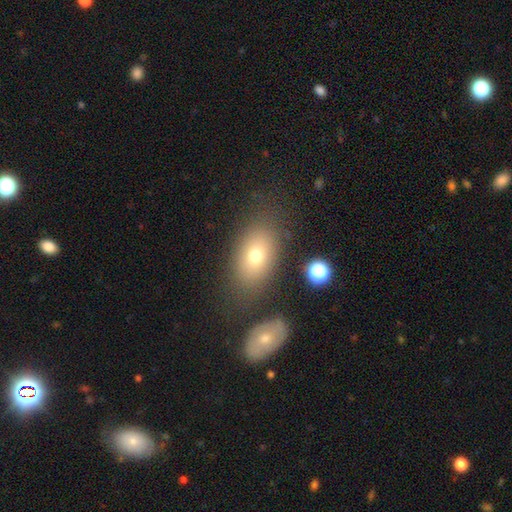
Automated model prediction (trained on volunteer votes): A smooth galaxy with no disk features (71%) that is in between round and cigar-shaped (84%).

Vote fractions:
- Smooth or featured? smooth: 71% / featured or disk: 18% / star or artifact: 11%
- How rounded? in between: 84% / round: 14% / cigar-shaped: 2%
- Merging? none: 74% / minor disturbance: 13% / merger: 7% / major disturbance: 6%